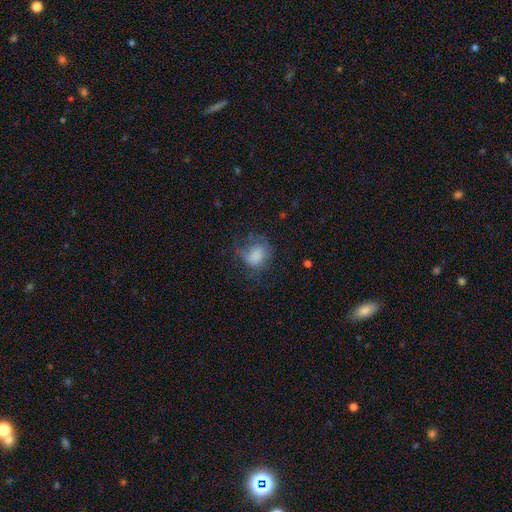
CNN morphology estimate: smooth-or-featured: smooth: 67% | featured or disk: 22% | star or artifact: 11%
  how-rounded: round: 50% | in between: 49% | cigar-shaped: 1%
  merging: none: 39% | major disturbance: 33% | minor disturbance: 26% | merger: 2%